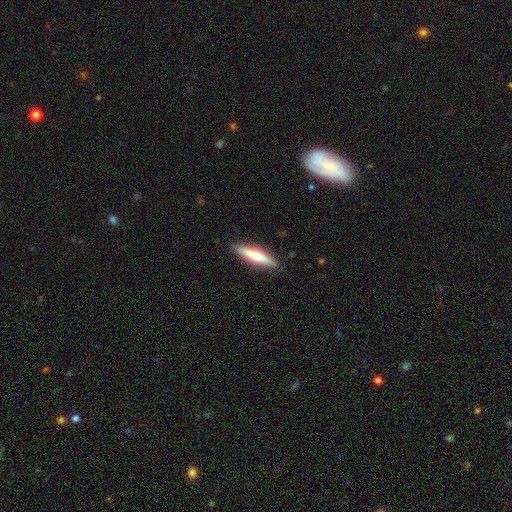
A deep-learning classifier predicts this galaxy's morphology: smooth 68%, featured or disk 26%, star or artifact 6%. Down the decision tree: how rounded — cigar-shaped (81%); merging — none (89%).